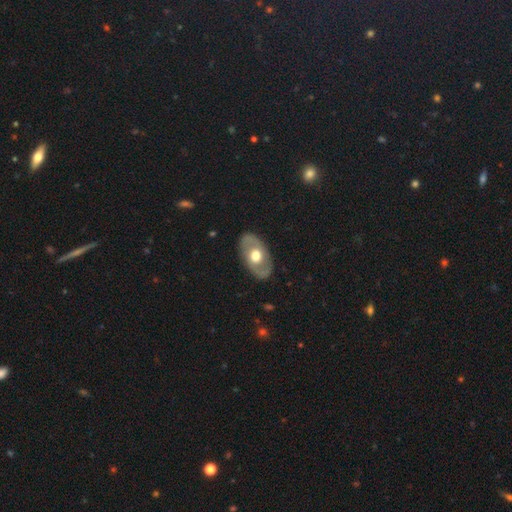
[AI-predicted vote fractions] featured or disk 61%, smooth 34%, star or artifact 4%. Down the decision tree: edge-on disk — no (90%); bar — no (80%); spiral arms — no (65%); bulge size — moderate (57%); merging — none (85%).